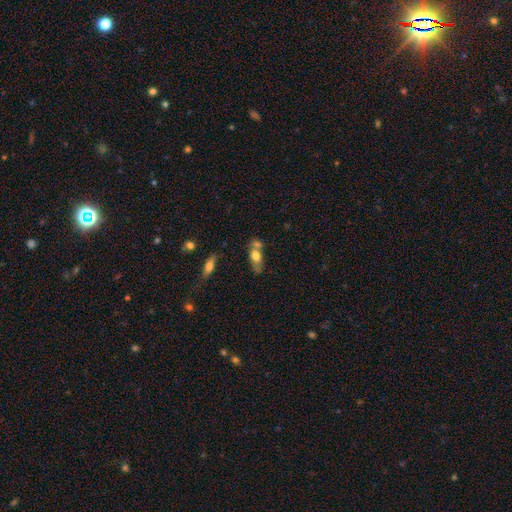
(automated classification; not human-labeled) Smooth or featured? smooth (63%)
How rounded? in between (71%)
Merging? merger (39%)